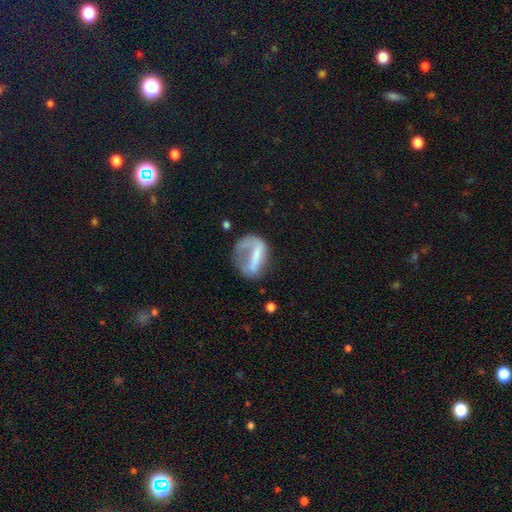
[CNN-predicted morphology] Smooth or featured? smooth (46%)
Merging? major disturbance (42%)